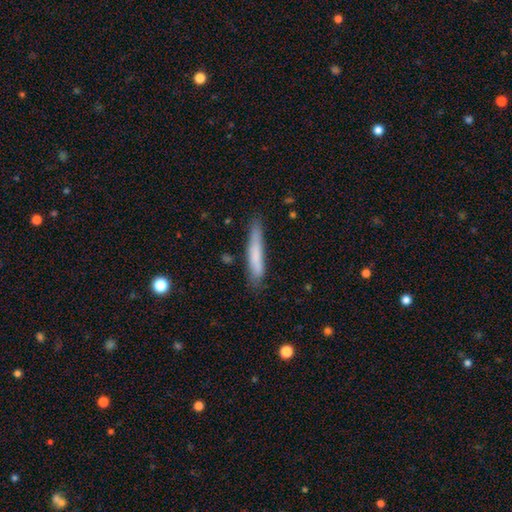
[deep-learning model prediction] smooth_or_featured: smooth (p=0.73) [alt: featured or disk p=0.21]
how_rounded: cigar-shaped (p=0.92) [alt: in between p=0.07]
merging: none (p=0.75) [alt: minor disturbance p=0.19]